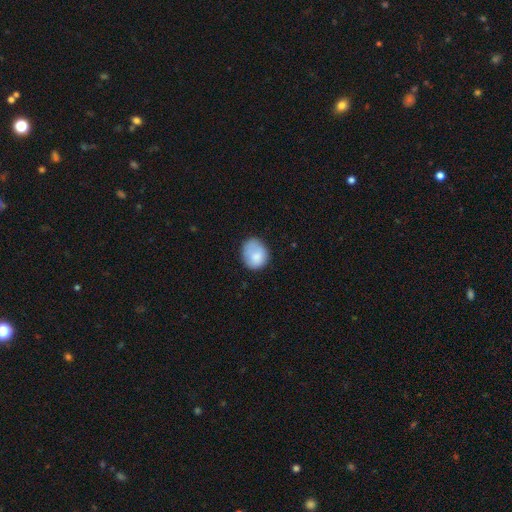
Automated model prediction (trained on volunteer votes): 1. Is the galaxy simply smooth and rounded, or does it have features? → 80% smooth, 12% featured or disk, 8% star or artifact.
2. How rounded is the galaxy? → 61% round, 38% in between, 1% cigar-shaped.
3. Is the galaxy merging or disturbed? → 57% none, 29% minor disturbance, 10% major disturbance, 4% merger.